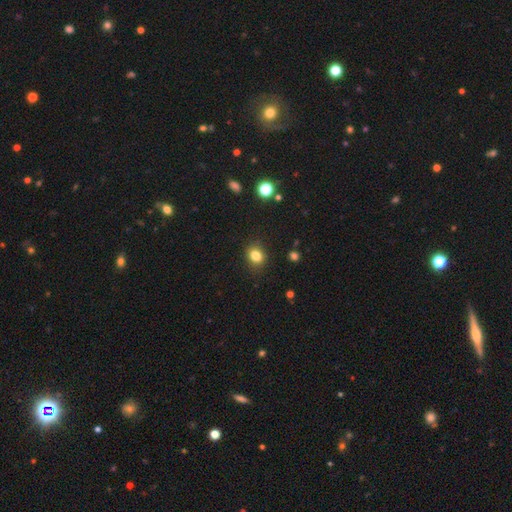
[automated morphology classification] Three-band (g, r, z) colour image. It shows a smooth galaxy with no disk features (82%) that is round (53%). Merging: none (85%).